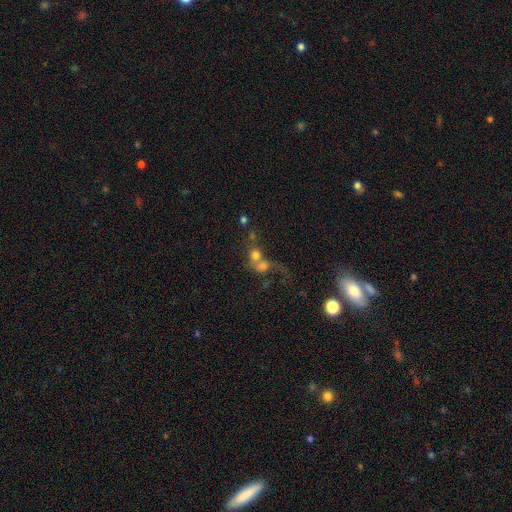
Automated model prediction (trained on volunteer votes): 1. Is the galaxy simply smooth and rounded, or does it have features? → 63% smooth, 22% featured or disk, 14% star or artifact.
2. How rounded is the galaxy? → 75% round, 23% in between, 2% cigar-shaped.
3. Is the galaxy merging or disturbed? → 68% merger, 16% none, 11% major disturbance, 5% minor disturbance.